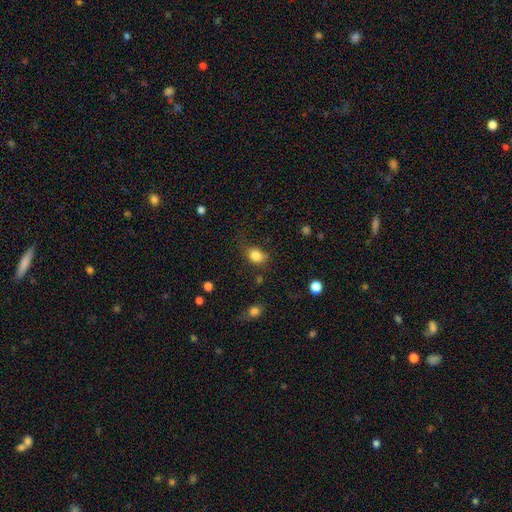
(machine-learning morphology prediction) Smooth or featured? Predicted: smooth (p=0.83). How rounded? Predicted: in between (p=0.59). Merging? Predicted: none (p=0.57).